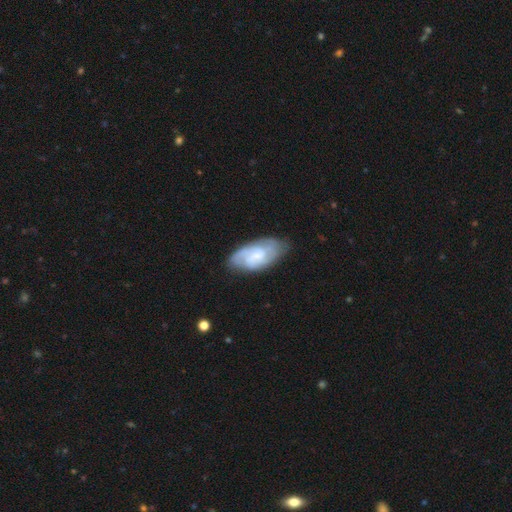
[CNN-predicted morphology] This is likely a featured or disk galaxy (72%). It is clearly not viewed edge-on (96%). Bar: possibly weak (46%, tied with no). Spiral arm pattern: clearly yes (93%). Spiral arm count: possibly 2 (47%). Spiral winding: possibly tight (49%). Central bulge: possibly small (48%). Merging: likely none (72%).